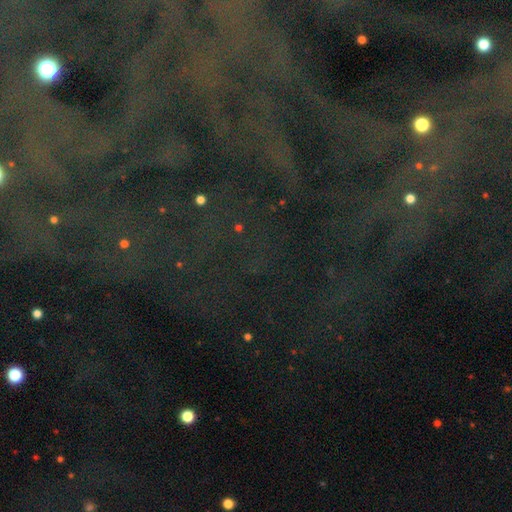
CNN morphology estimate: Overall: star or artifact (69%).